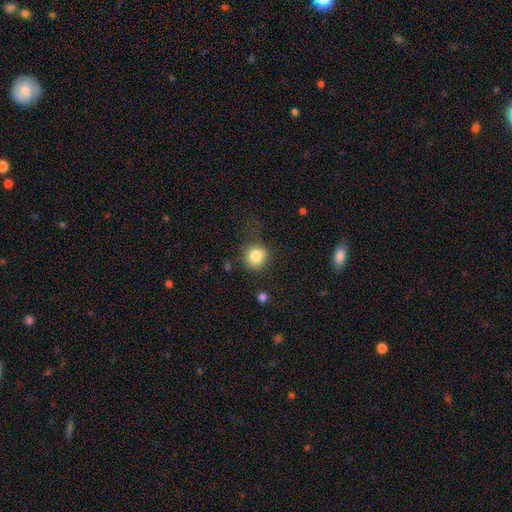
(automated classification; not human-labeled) A smooth galaxy with no disk features (82%) that is round (85%).

Vote fractions:
- Smooth or featured? smooth: 82% / star or artifact: 10% / featured or disk: 8%
- How rounded? round: 85% / in between: 14% / cigar-shaped: 1%
- Merging? none: 66% / minor disturbance: 20% / major disturbance: 11% / merger: 2%